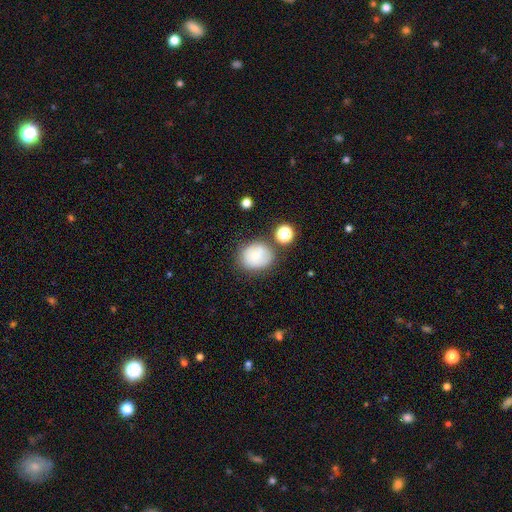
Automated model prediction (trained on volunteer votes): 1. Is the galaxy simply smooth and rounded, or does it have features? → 71% smooth, 18% featured or disk, 10% star or artifact.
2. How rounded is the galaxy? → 67% round, 32% in between, 1% cigar-shaped.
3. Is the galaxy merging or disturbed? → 62% none, 20% minor disturbance, 12% merger, 6% major disturbance.